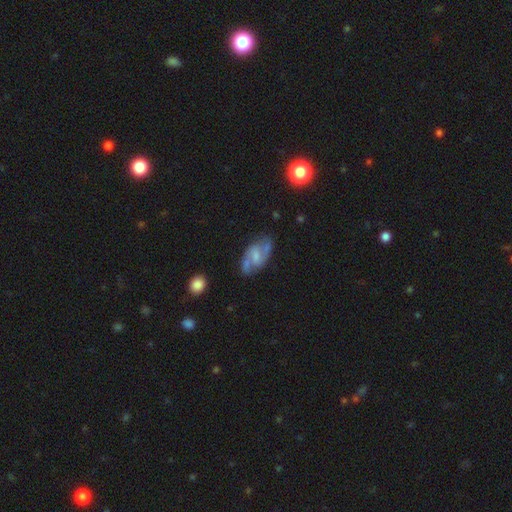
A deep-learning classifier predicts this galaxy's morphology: This appears to be a featured or disk galaxy (75%) with a weak bar (53%), 2 (87%) medium (52%) spiral arms (91%) and a small central bulge (43%). Merging: none (68%).